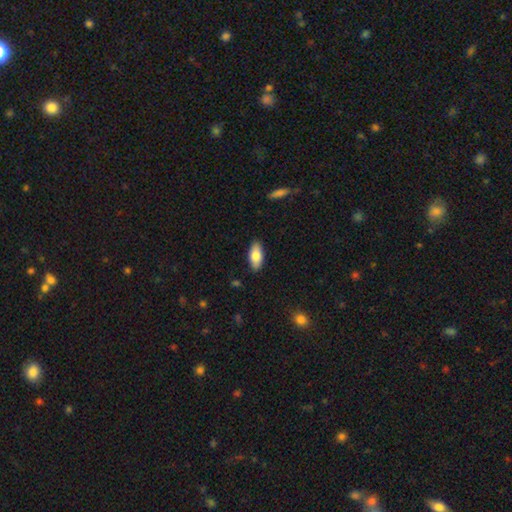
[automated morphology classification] Q: Smooth or featured?
A: smooth (80%); runner-up: featured or disk (14%)
Q: How rounded?
A: in between (88%); runner-up: cigar-shaped (10%)
Q: Merging?
A: none (88%); runner-up: minor disturbance (9%)